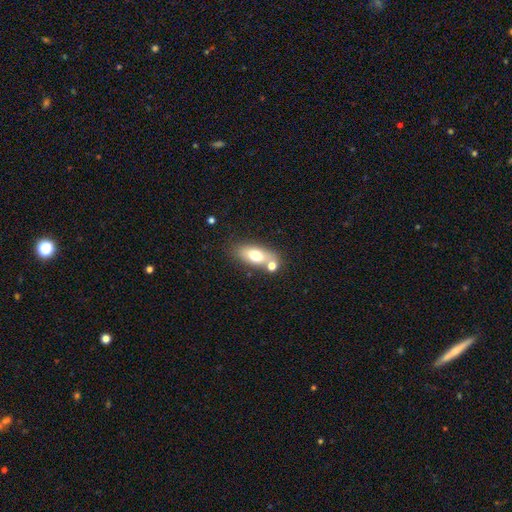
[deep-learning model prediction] smooth 69%, featured or disk 23%, star or artifact 8%. Down the decision tree: how rounded — in between (79%); merging — none (61%).